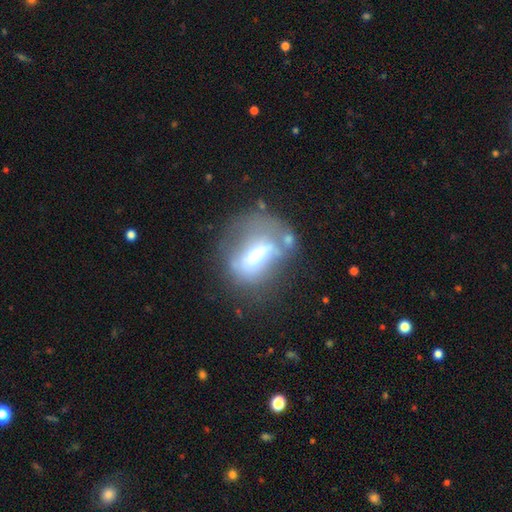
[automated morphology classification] This is possibly a featured or disk galaxy (47%). Merging: marginally none (42%).